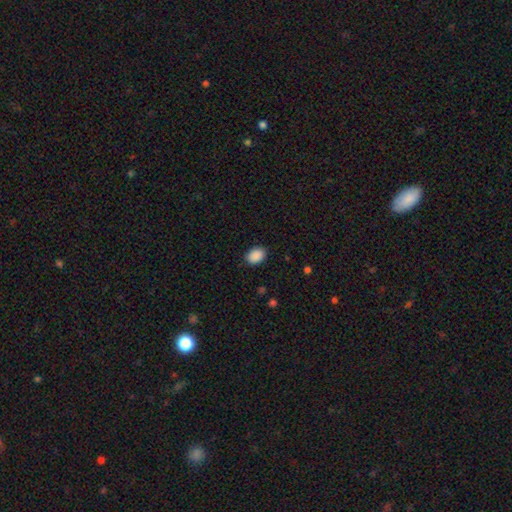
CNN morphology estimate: smooth-or-featured: smooth: 90% | star or artifact: 8% | featured or disk: 2%
  how-rounded: in between: 76% | round: 23% | cigar-shaped: 1%
  merging: none: 88% | minor disturbance: 9% | major disturbance: 2% | merger: 1%